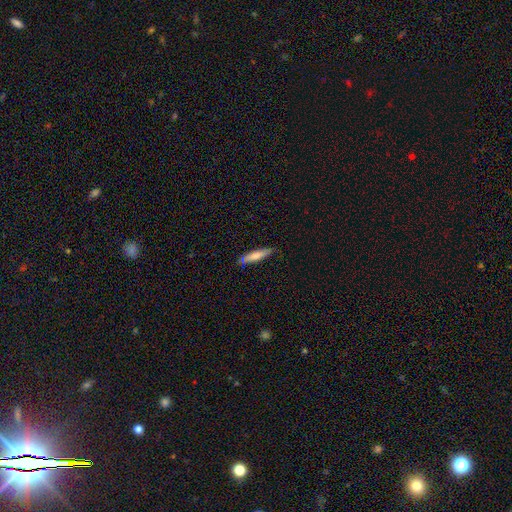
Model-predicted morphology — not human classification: smooth-or-featured: smooth: 68% | featured or disk: 27% | star or artifact: 6%
  how-rounded: cigar-shaped: 87% | in between: 12% | round: 1%
  merging: none: 79% | minor disturbance: 15% | merger: 4% | major disturbance: 2%